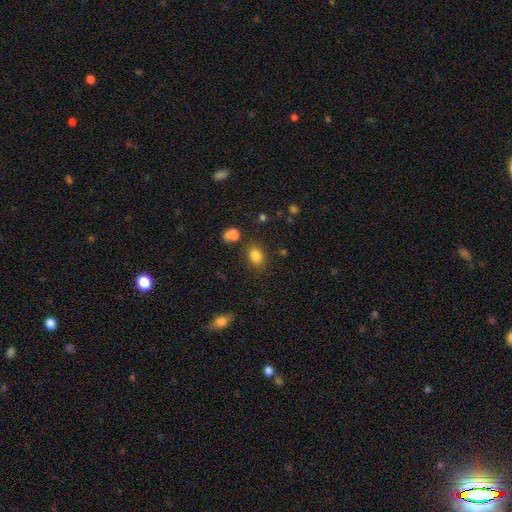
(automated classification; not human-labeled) Smooth or featured? Predicted: smooth (p=0.83). How rounded? Predicted: in between (p=0.63). Merging? Predicted: none (p=0.79).